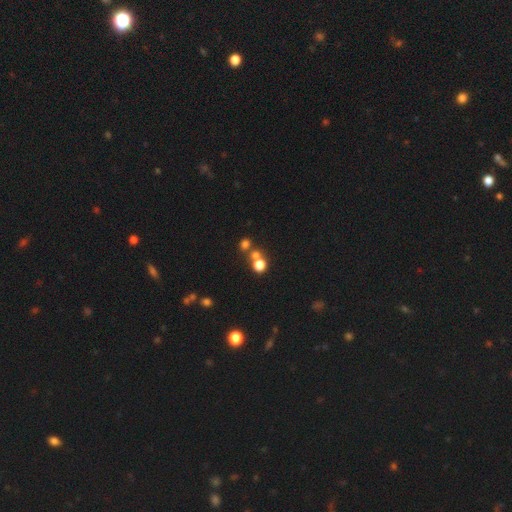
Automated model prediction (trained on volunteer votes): smooth-or-featured: smooth: 49% | star or artifact: 39% | featured or disk: 12%
  merging: none: 57% | merger: 28% | minor disturbance: 9% | major disturbance: 6%